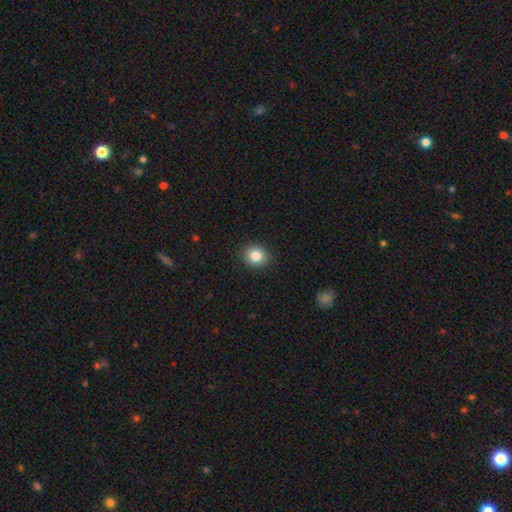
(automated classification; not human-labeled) The model was most divided on "how rounded": round: 76%, in between: 23%, cigar-shaped: 1%. More confident: merging — none (91%); smooth or featured — smooth (84%).